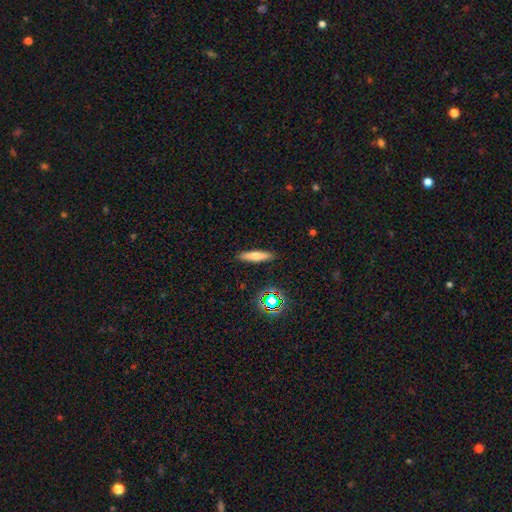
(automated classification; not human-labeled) Smooth or featured? smooth (66%)
How rounded? cigar-shaped (80%)
Merging? none (89%)